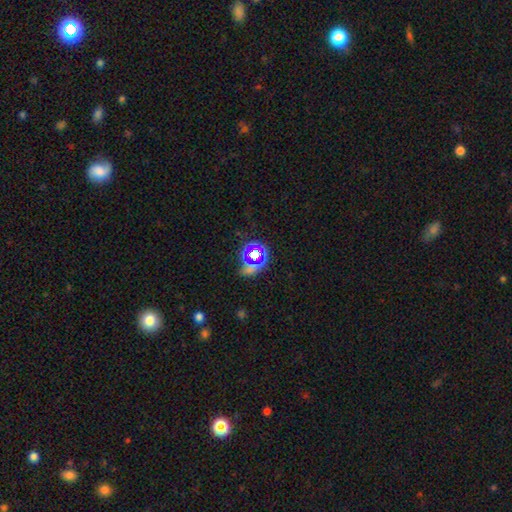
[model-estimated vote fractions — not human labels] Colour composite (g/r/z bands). It shows a star or artifact, not a galaxy (45%).